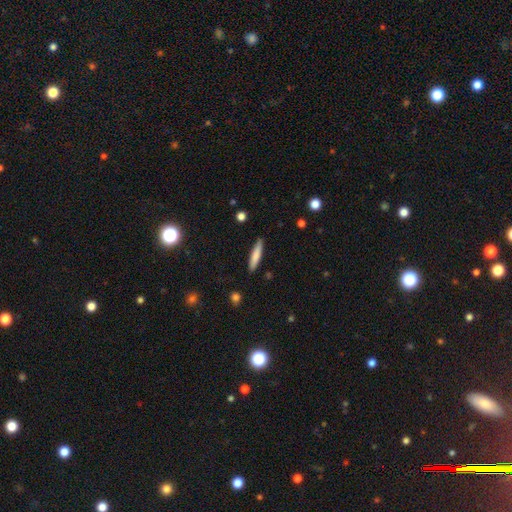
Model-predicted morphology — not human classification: smooth_or_featured: smooth (p=0.78) [alt: featured or disk p=0.16]
how_rounded: cigar-shaped (p=0.88) [alt: in between p=0.11]
merging: none (p=0.89) [alt: minor disturbance p=0.08]